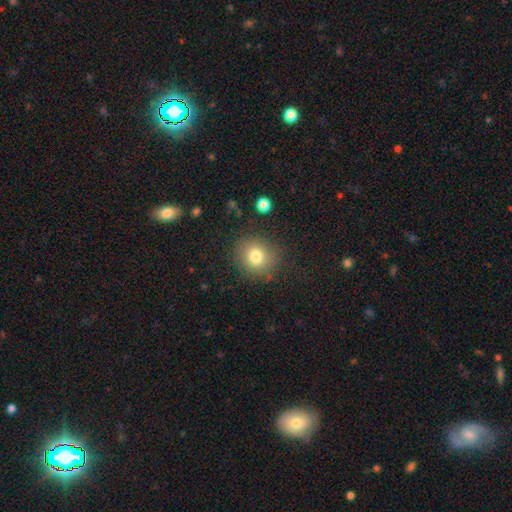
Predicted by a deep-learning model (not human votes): Q: Smooth or featured?
A: smooth (78%); runner-up: star or artifact (12%)
Q: How rounded?
A: round (78%); runner-up: in between (21%)
Q: Merging?
A: none (83%); runner-up: minor disturbance (11%)